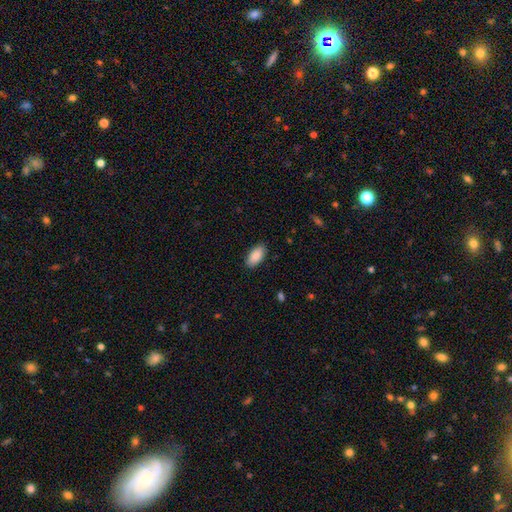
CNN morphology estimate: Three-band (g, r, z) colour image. It shows a smooth galaxy with no disk features (89%) that is in between round and cigar-shaped (94%). Merging: none (87%).